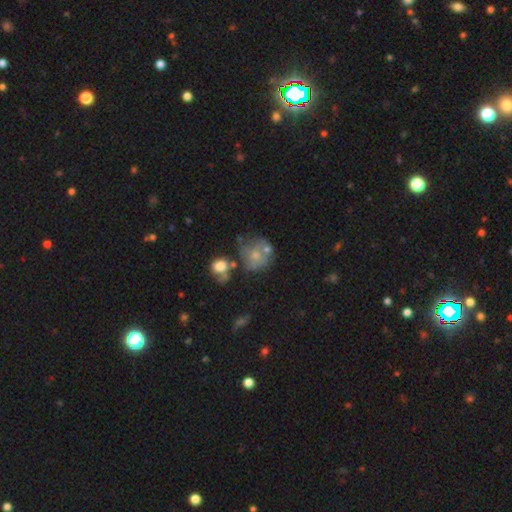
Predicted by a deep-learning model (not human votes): Overall: smooth (51%; featured or disk 38%). How rounded: round (79%). Merging: none (41%; merger 25%).